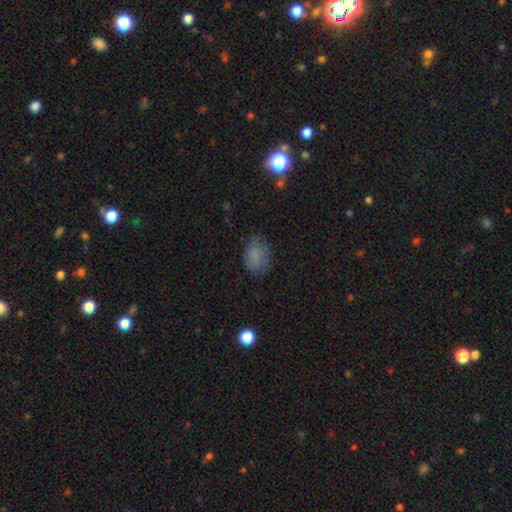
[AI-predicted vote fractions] This is likely a smooth galaxy (76%). How rounded: likely in between (78%). Merging: likely none (68%).